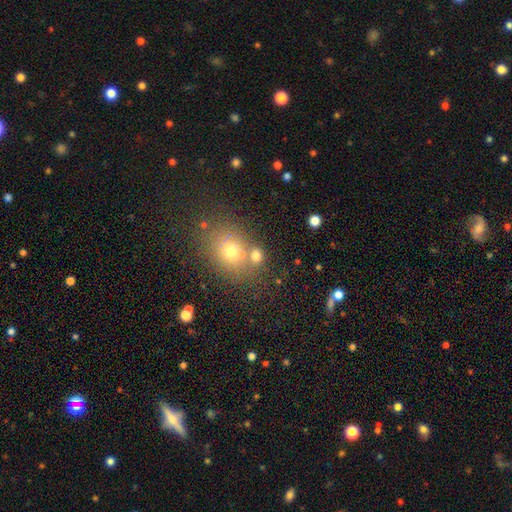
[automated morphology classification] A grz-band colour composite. It shows a smooth galaxy with no disk features (70%) that is round (60%). Merging: none (53%).